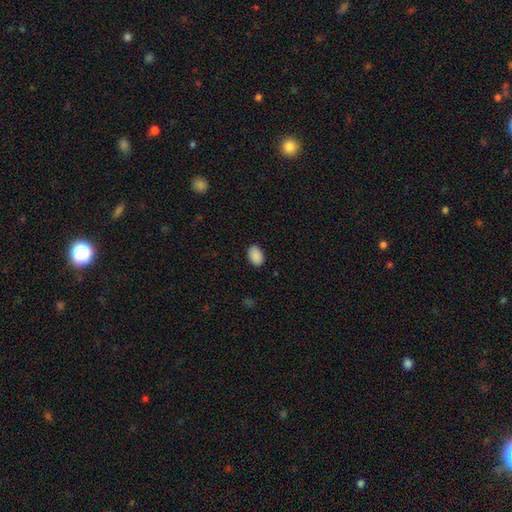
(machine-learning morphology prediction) Smooth or featured? Predicted: smooth (p=0.90). How rounded? Predicted: in between (p=0.88). Merging? Predicted: none (p=0.87).